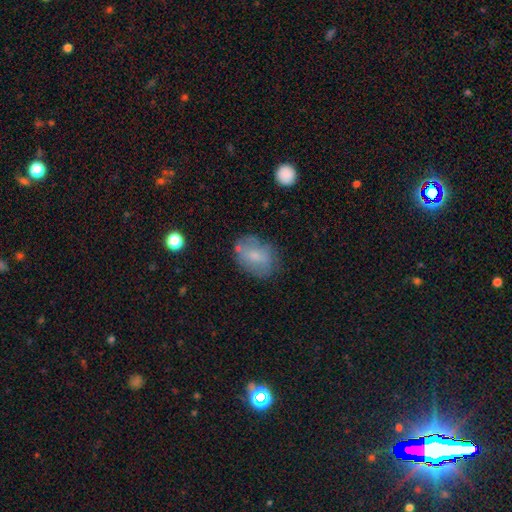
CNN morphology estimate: smooth_or_featured: smooth (p=0.64) [alt: featured or disk p=0.27]
how_rounded: in between (p=0.72) [alt: round p=0.27]
merging: none (p=0.64) [alt: minor disturbance p=0.23]